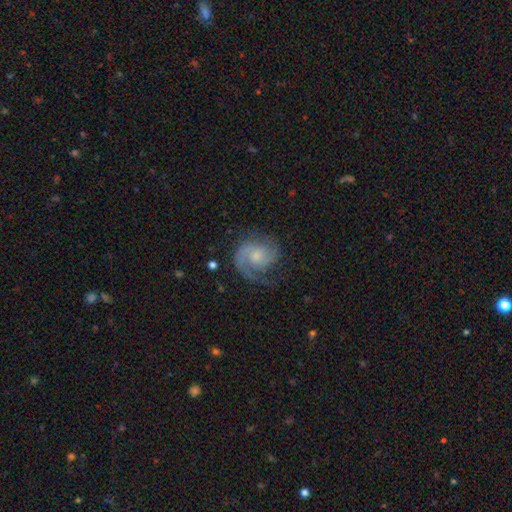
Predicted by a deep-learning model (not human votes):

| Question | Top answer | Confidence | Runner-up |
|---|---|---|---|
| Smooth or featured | featured or disk | 86% | smooth (9%) |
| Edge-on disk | no | 98% | yes (2%) |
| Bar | no | 69% | weak (27%) |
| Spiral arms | yes | 97% | no (3%) |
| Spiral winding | medium | 46% | tight (39%) |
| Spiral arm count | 2 | 70% | 1 (18%) |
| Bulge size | small | 56% | moderate (33%) |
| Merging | none | 69% | minor disturbance (18%) |